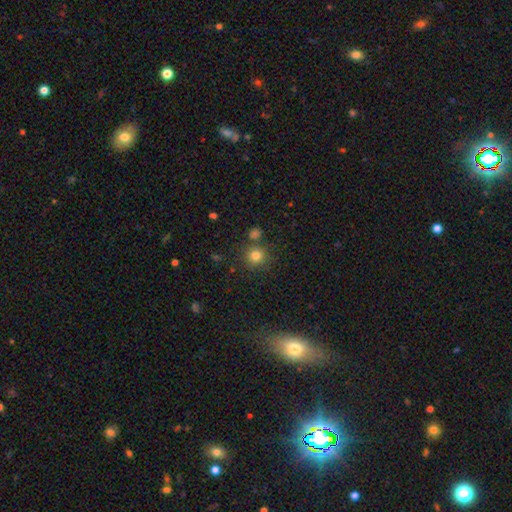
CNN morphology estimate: The model was most divided on "merging": none: 76%, merger: 11%, minor disturbance: 9%, major disturbance: 4%. More confident: how rounded — round (91%); smooth or featured — smooth (81%).